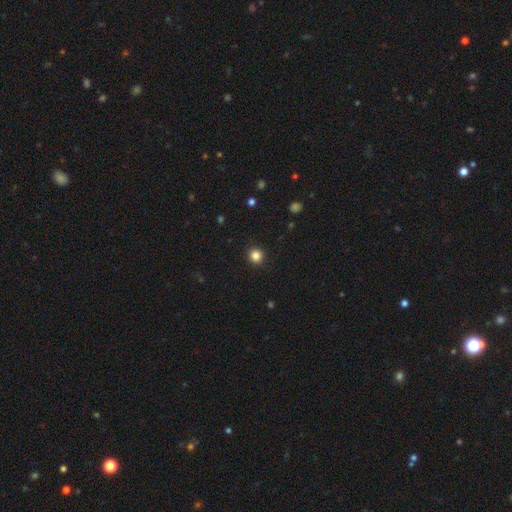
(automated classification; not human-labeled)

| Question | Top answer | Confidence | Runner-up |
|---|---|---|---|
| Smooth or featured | smooth | 85% | star or artifact (12%) |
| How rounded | round | 92% | in between (7%) |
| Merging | none | 92% | minor disturbance (5%) |